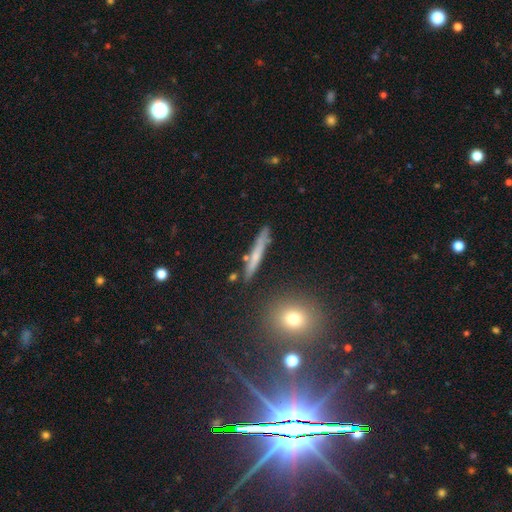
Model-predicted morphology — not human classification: smooth_or_featured: smooth (p=0.51) [alt: featured or disk p=0.40]
how_rounded: cigar-shaped (p=0.92) [alt: in between p=0.04]
merging: none (p=0.85) [alt: minor disturbance p=0.10]